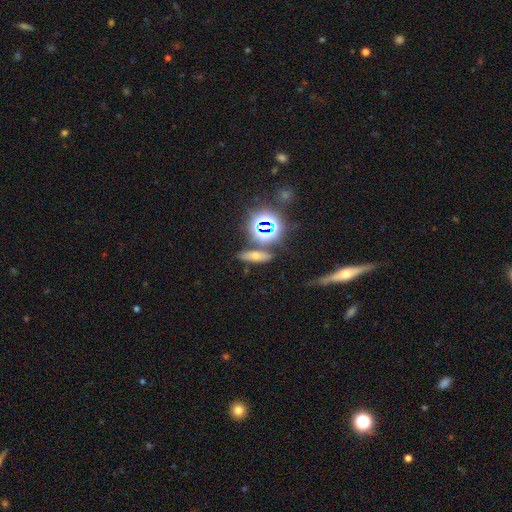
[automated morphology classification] smooth-or-featured: smooth: 48% | star or artifact: 31% | featured or disk: 21%
  merging: none: 77% | minor disturbance: 11% | merger: 8% | major disturbance: 4%